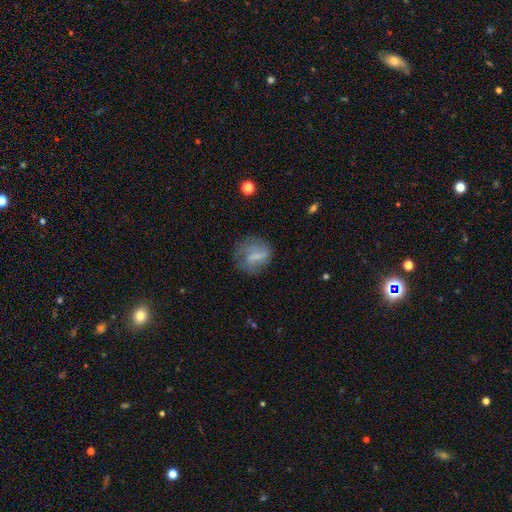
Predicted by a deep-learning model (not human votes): Morphology: type=smooth (52%); roundness=round (68%); merging=none (57%).